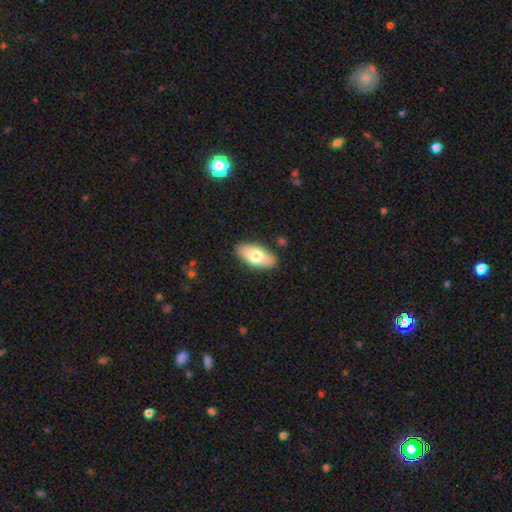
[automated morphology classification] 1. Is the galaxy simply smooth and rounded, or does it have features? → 74% smooth, 20% featured or disk, 6% star or artifact.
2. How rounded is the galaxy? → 91% in between, 6% cigar-shaped, 3% round.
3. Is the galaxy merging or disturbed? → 87% none, 10% minor disturbance, 2% major disturbance, 1% merger.